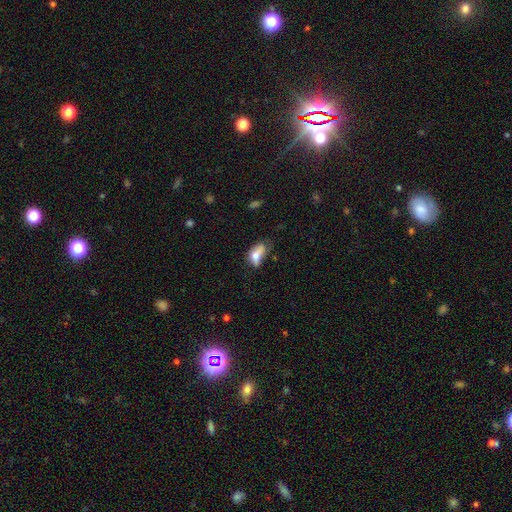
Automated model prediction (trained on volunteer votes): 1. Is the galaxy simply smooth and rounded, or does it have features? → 68% smooth, 23% featured or disk, 8% star or artifact.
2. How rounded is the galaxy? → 86% in between, 8% cigar-shaped, 6% round.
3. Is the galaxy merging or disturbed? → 36% minor disturbance, 29% none, 27% major disturbance, 7% merger.